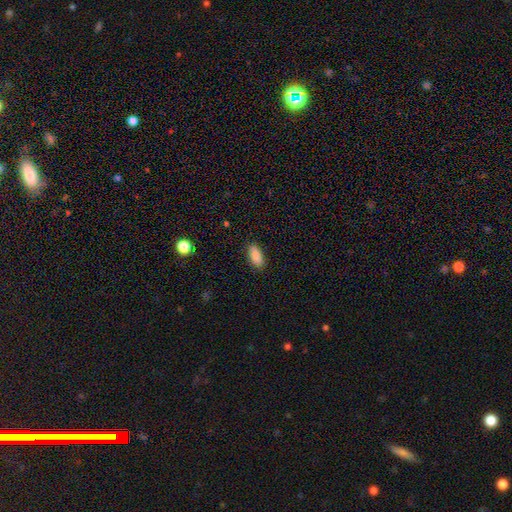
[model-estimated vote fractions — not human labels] Smooth or featured? Predicted: smooth (p=0.87). How rounded? Predicted: in between (p=0.84). Merging? Predicted: none (p=0.87).